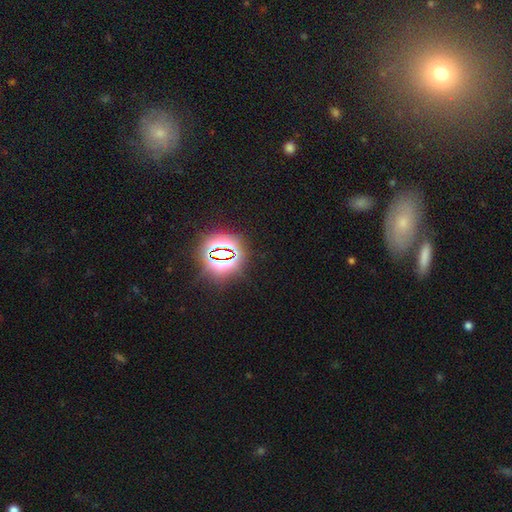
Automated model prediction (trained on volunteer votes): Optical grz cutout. It shows a star or artifact, not a galaxy (76%).